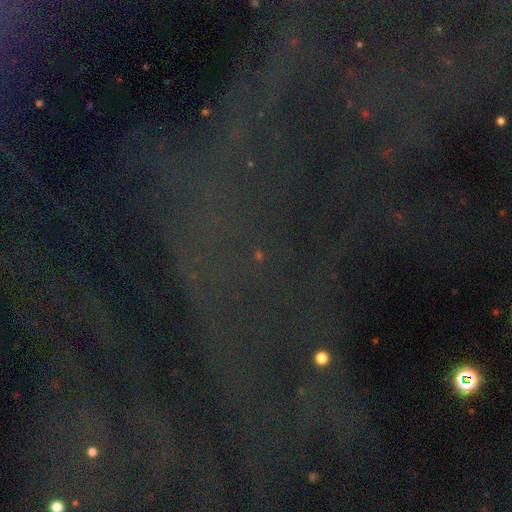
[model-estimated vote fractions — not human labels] smooth_or_featured: star or artifact (p=0.80) [alt: featured or disk p=0.10]